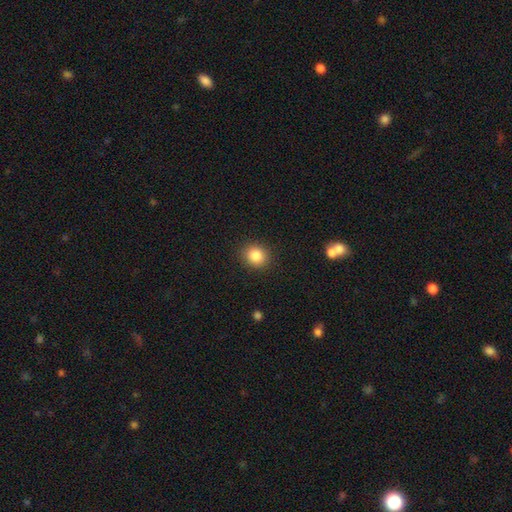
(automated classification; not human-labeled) smooth-or-featured: smooth: 85% | star or artifact: 10% | featured or disk: 5%
  how-rounded: round: 76% | in between: 23% | cigar-shaped: 1%
  merging: none: 90% | minor disturbance: 7% | major disturbance: 2% | merger: 1%